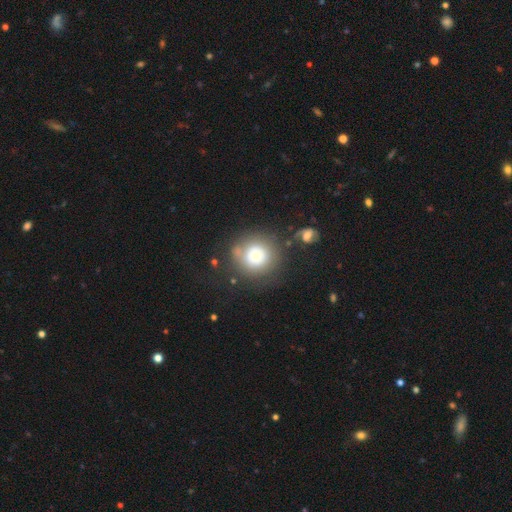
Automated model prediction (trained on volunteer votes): The model was most divided on "smooth or featured": smooth: 53%, featured or disk: 36%, star or artifact: 11%. More confident: how rounded — round (93%); merging — none (70%).